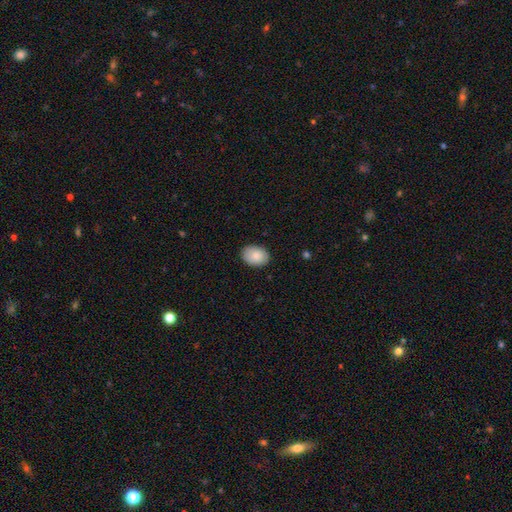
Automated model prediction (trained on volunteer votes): Overall: smooth (86%). How rounded: in between (79%). Merging: none (88%).